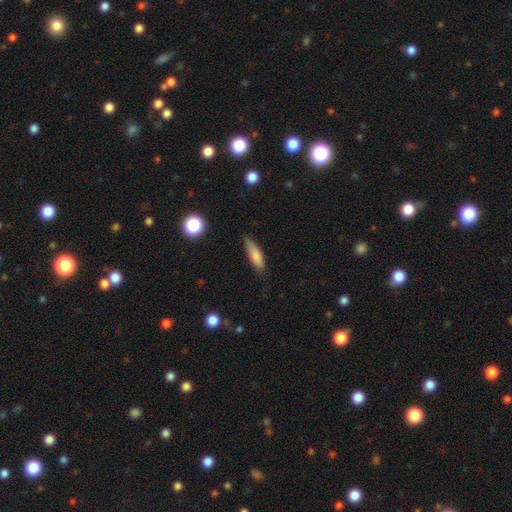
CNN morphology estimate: The model was most divided on "how rounded": cigar-shaped: 60%, in between: 38%, round: 2%. More confident: smooth or featured — smooth (81%); merging — none (71%).